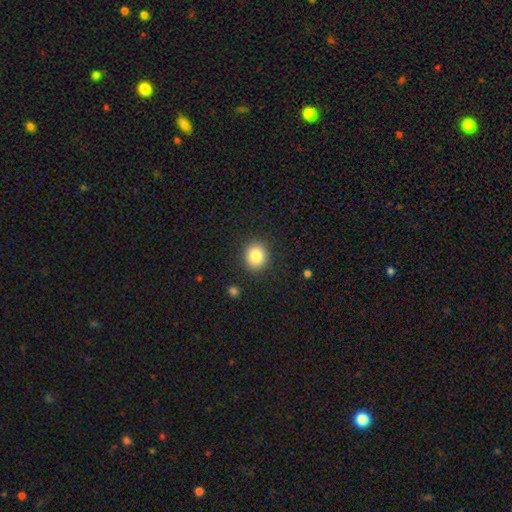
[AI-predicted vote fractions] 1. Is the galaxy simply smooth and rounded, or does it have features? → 83% smooth, 10% star or artifact, 7% featured or disk.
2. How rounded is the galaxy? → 75% round, 25% in between, 1% cigar-shaped.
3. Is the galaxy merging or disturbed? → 89% none, 7% minor disturbance, 2% major disturbance, 1% merger.